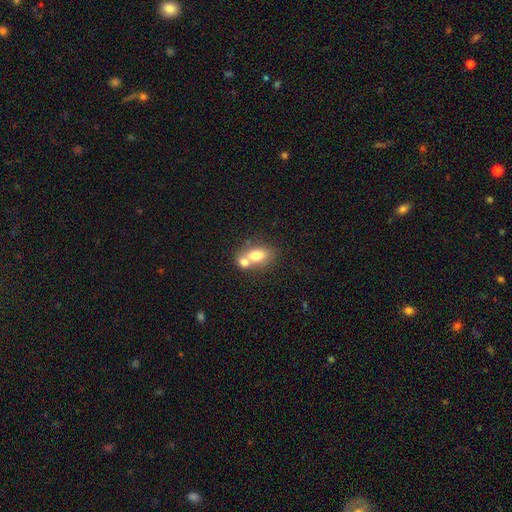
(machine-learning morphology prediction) Smooth or featured? Predicted: smooth (p=0.73). How rounded? Predicted: in between (p=0.78). Merging? Predicted: merger (p=0.56).